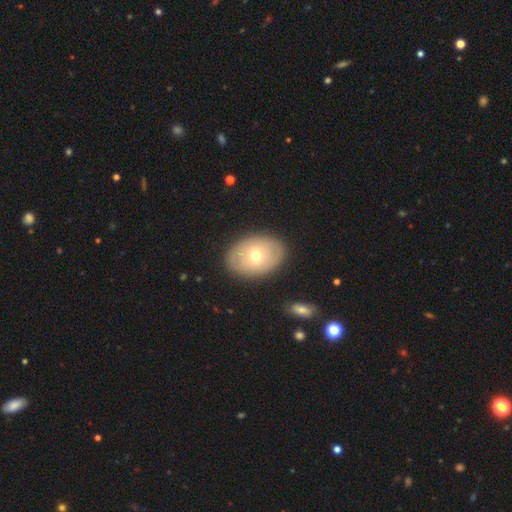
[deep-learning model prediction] A smooth galaxy with no disk features (60%) that is in between round and cigar-shaped (79%).

Vote fractions:
- Smooth or featured? smooth: 60% / featured or disk: 32% / star or artifact: 7%
- How rounded? in between: 79% / round: 20% / cigar-shaped: 1%
- Merging? none: 86% / minor disturbance: 10% / major disturbance: 3% / merger: 1%